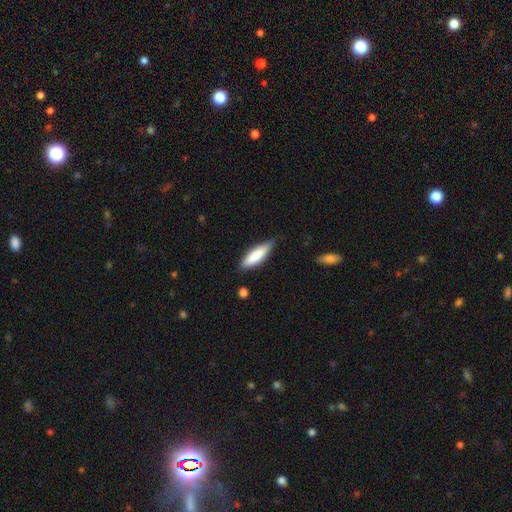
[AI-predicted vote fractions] Smooth or featured? smooth (75%)
How rounded? cigar-shaped (59%)
Merging? none (80%)